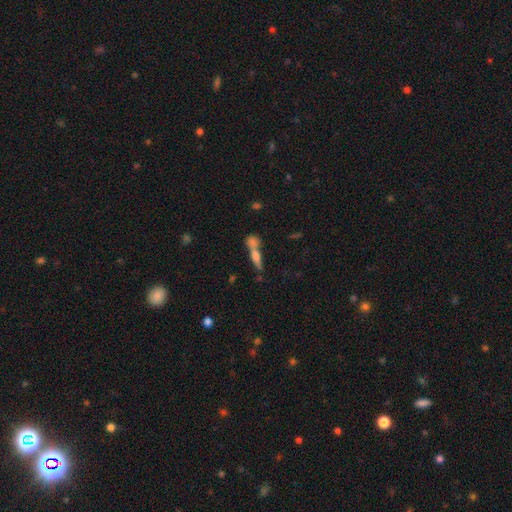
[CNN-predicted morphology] The model was most divided on "merging": none: 44%, merger: 41%, minor disturbance: 10%, major disturbance: 4%. More confident: how rounded — cigar-shaped (67%); smooth or featured — smooth (53%).